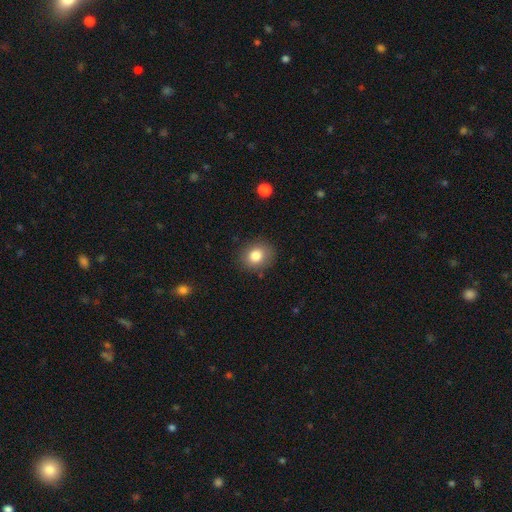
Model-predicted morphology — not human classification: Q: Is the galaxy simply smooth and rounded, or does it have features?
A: smooth — 82%.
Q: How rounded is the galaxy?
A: round — 66%.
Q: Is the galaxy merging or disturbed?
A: none — 85%.